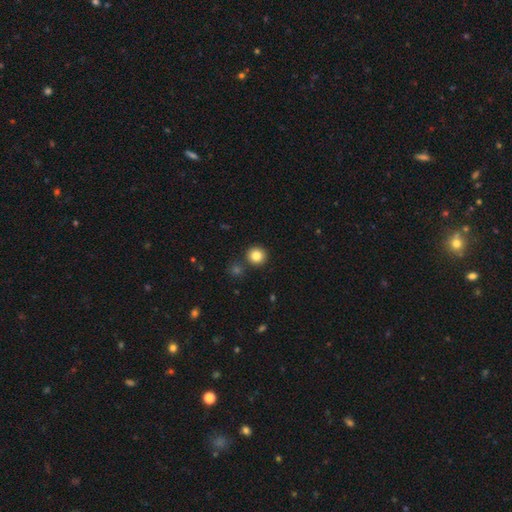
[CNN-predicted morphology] smooth_or_featured: smooth (p=0.83) [alt: star or artifact p=0.11]
how_rounded: round (p=0.93) [alt: in between p=0.06]
merging: none (p=0.87) [alt: minor disturbance p=0.06]